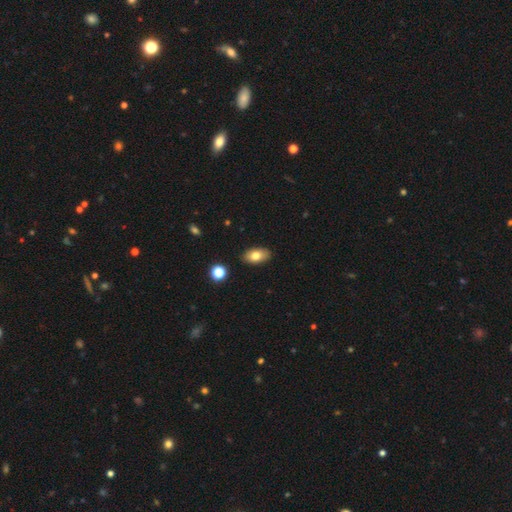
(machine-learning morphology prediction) The model was most divided on "smooth or featured": smooth: 77%, featured or disk: 15%, star or artifact: 8%. More confident: how rounded — in between (92%); merging — none (88%).